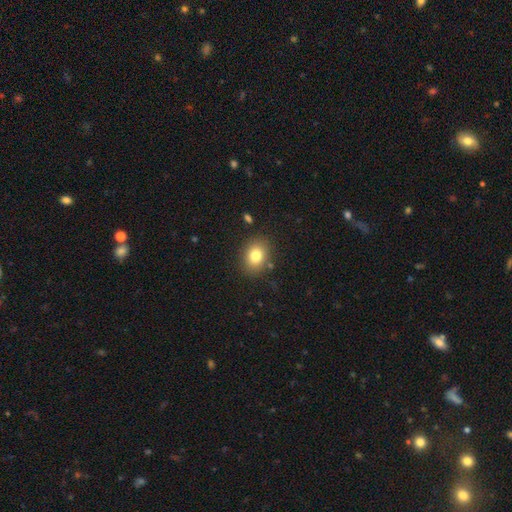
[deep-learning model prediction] Smooth or featured? smooth (81%)
How rounded? in between (57%)
Merging? none (85%)